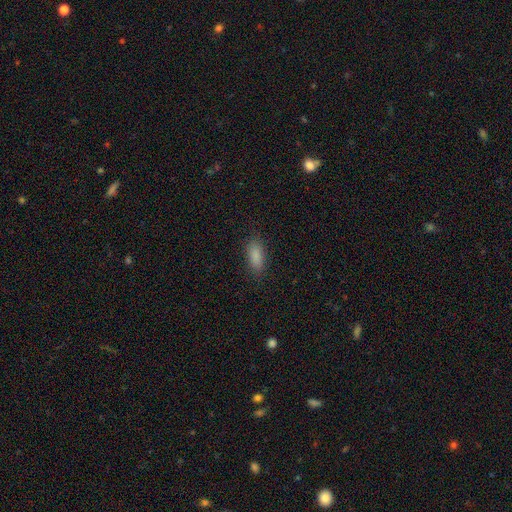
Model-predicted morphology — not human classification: Smooth or featured? smooth (87%)
How rounded? in between (79%)
Merging? none (85%)